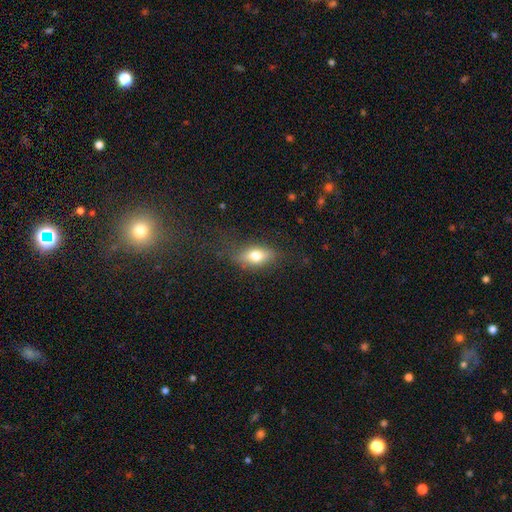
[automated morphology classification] This appears to be a smooth galaxy with no disk features (73%) that is in between round and cigar-shaped (81%). Merging: none (71%).